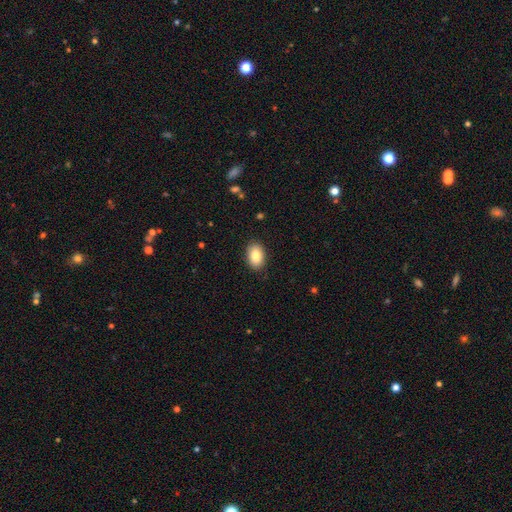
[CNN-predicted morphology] Smooth or featured? smooth (85%)
How rounded? in between (86%)
Merging? none (89%)